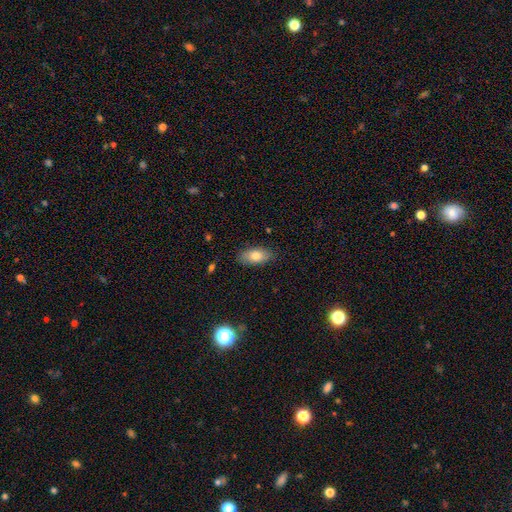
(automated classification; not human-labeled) smooth-or-featured: smooth: 80% | featured or disk: 12% | star or artifact: 7%
  how-rounded: in between: 90% | cigar-shaped: 6% | round: 4%
  merging: none: 85% | minor disturbance: 11% | major disturbance: 2% | merger: 1%